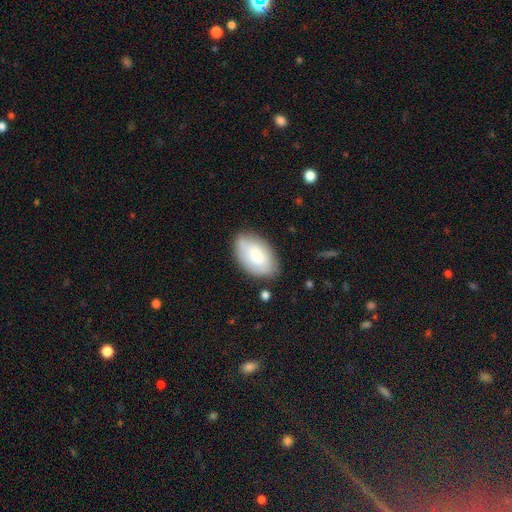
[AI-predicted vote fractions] Morphology: type=smooth (67%); roundness=in between (93%); merging=none (74%).